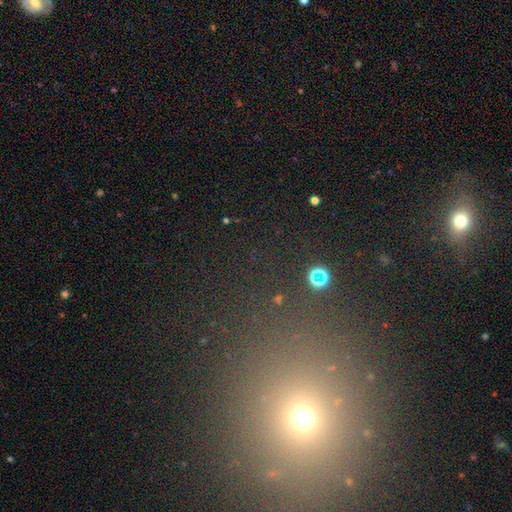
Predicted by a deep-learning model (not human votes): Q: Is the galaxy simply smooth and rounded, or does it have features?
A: star or artifact — 52%.